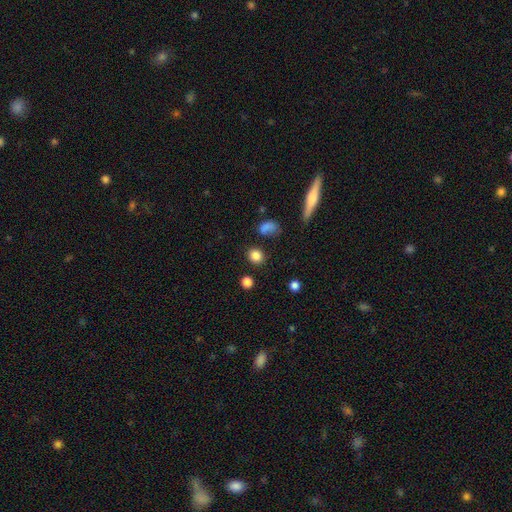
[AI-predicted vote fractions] Overall: smooth (84%). How rounded: round (78%). Merging: none (84%).